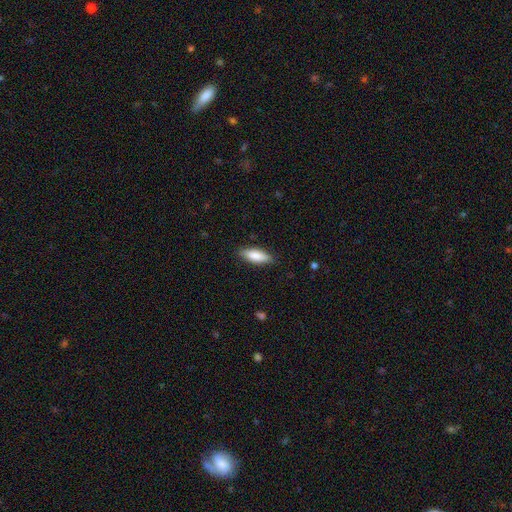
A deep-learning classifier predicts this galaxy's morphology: This appears to be a smooth galaxy with no disk features (84%) that is in between round and cigar-shaped (64%). Merging: none (85%).